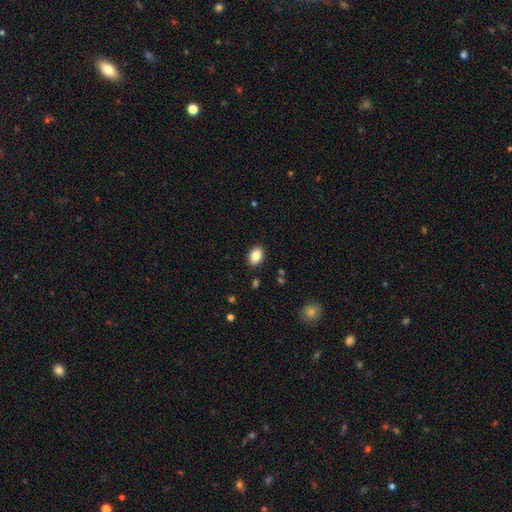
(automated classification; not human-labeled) Q: Smooth or featured?
A: smooth (87%); runner-up: star or artifact (8%)
Q: How rounded?
A: in between (85%); runner-up: round (14%)
Q: Merging?
A: none (89%); runner-up: minor disturbance (8%)